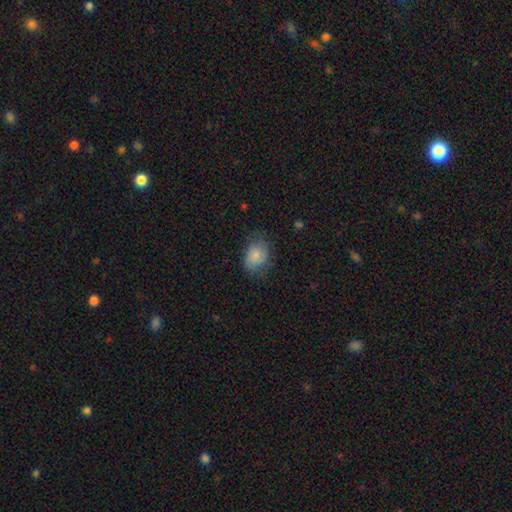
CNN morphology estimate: type=smooth (80%); roundness=in between (66%); merging=none (64%).